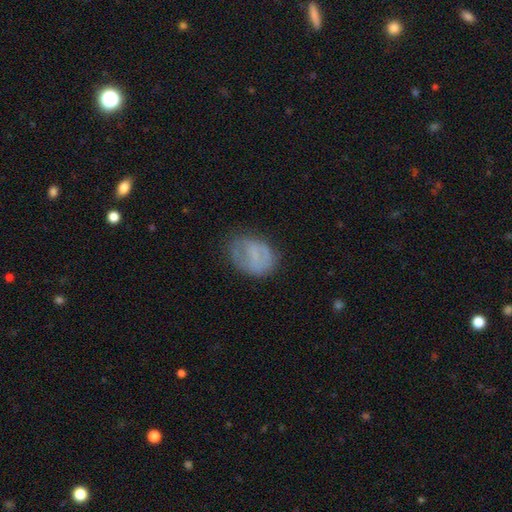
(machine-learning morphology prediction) This is possibly a smooth galaxy (54%). How rounded: likely in between (66%). Merging: likely none (62%).